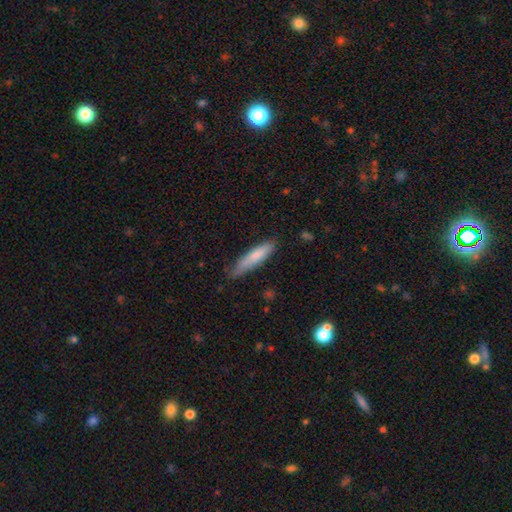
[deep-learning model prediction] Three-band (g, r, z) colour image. It shows a smooth galaxy with no disk features (77%) that is cigar-shaped (82%). Merging: none (73%).